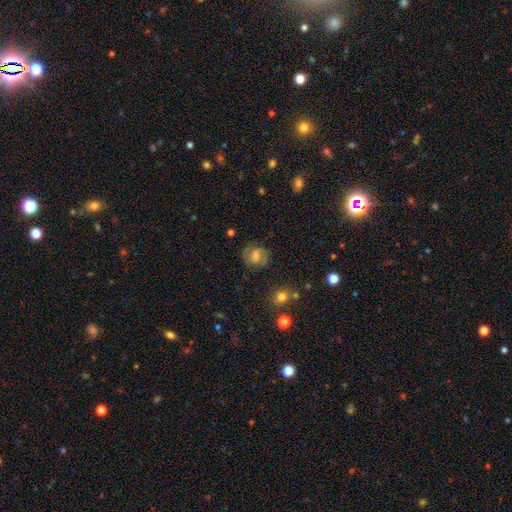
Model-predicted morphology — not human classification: Smooth or featured? Predicted: featured or disk (p=0.58). Edge-on disk? Predicted: no (p=0.97). Bar? Predicted: weak (p=0.49). Spiral arms? Predicted: yes (p=0.86). Bulge size? Predicted: moderate (p=0.48). Merging? Predicted: none (p=0.79).